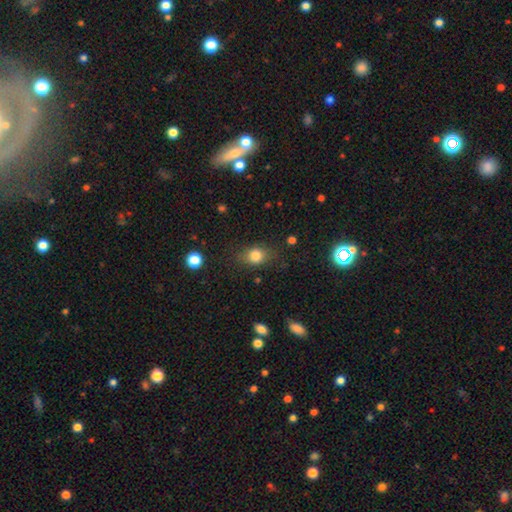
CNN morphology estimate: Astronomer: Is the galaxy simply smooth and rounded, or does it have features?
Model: smooth — 81%.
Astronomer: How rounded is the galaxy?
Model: in between — 50% (runner-up: round, 49%).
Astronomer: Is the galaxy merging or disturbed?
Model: none — 75%.